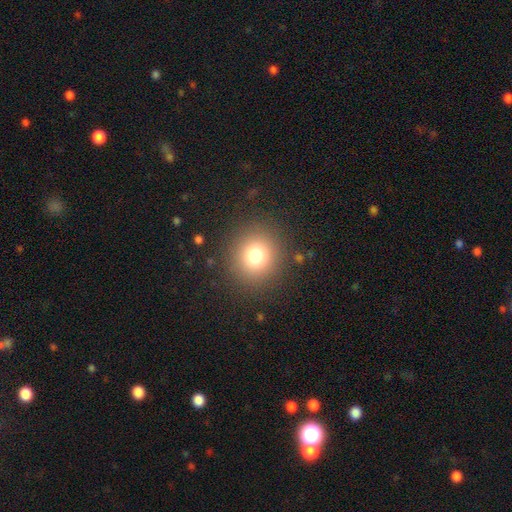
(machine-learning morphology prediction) This appears to be a smooth galaxy with no disk features (76%) that is round (91%). Merging: none (88%).